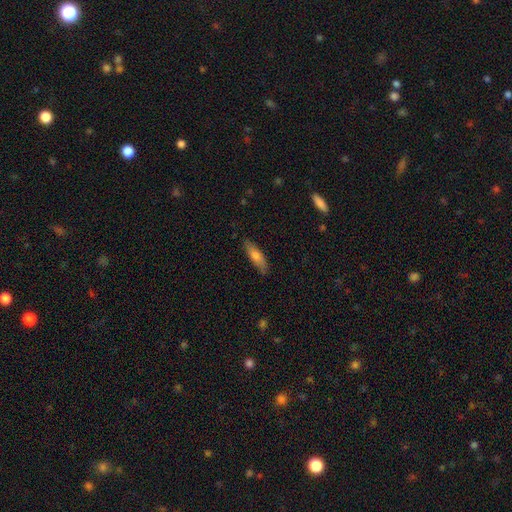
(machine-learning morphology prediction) Smooth or featured: smooth — 73% (featured or disk — 21%)
How rounded: cigar-shaped — 58% (in between — 41%)
Merging: none — 84% (minor disturbance — 13%)